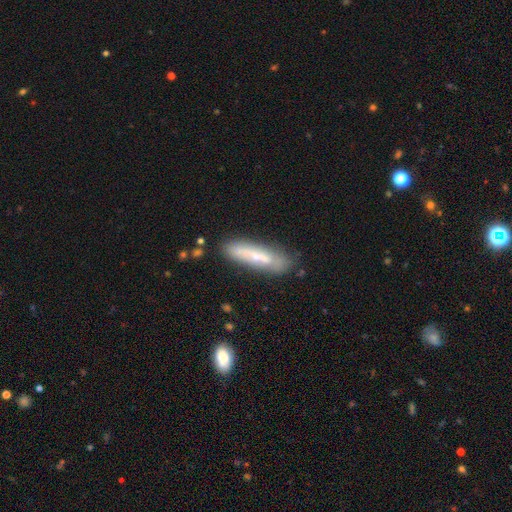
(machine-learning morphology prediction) A smooth galaxy with no disk features (59%) that is cigar-shaped (79%). Merging: none (72%).